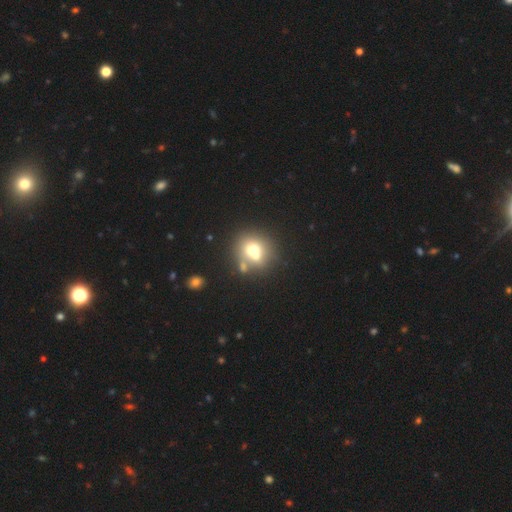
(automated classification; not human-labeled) smooth_or_featured: smooth (p=0.65) [alt: featured or disk p=0.21]
how_rounded: round (p=0.82) [alt: in between p=0.17]
merging: none (p=0.51) [alt: merger p=0.33]